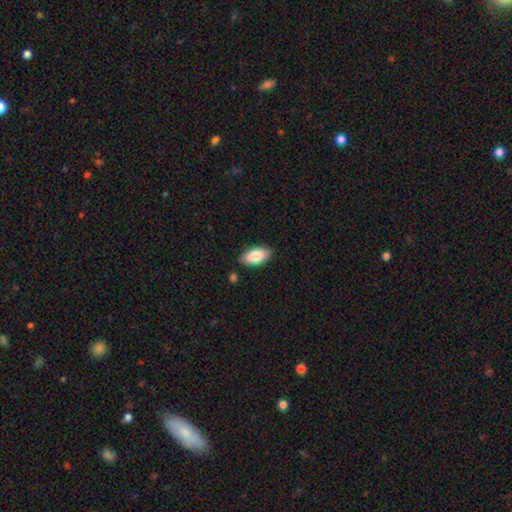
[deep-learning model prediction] This is clearly a smooth galaxy (82%). How rounded: clearly in between (93%). Merging: clearly none (84%).